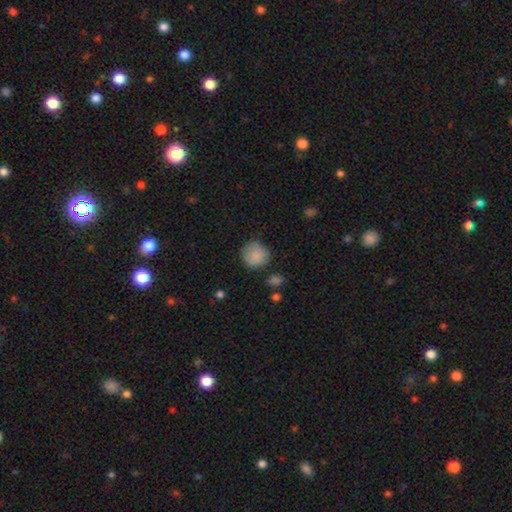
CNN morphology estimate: Smooth or featured: smooth — 86% (star or artifact — 8%)
How rounded: round — 89% (in between — 10%)
Merging: none — 72% (minor disturbance — 20%)